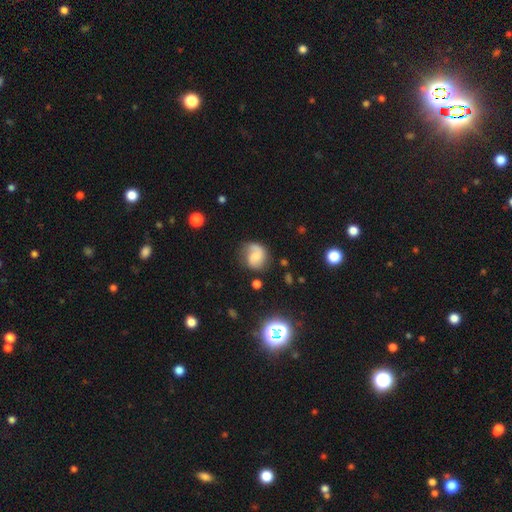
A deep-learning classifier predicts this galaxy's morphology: smooth-or-featured: featured or disk: 60% | smooth: 31% | star or artifact: 9%
  disk-edge-on: no: 98% | yes: 2%
    bar: no: 59% | weak: 34% | strong: 6%
    has-spiral-arms: yes: 90% | no: 10%
      spiral-winding: medium: 42% | loose: 35% | tight: 24%
      spiral-arm-count: 2: 60% | 1: 30% | can't tell: 7% | 3: 1% | 4: 1% | more than 4: 1%
    bulge-size: small: 37% | moderate: 36% | none: 18% | large: 7% | dominant: 2%
  merging: none: 62% | minor disturbance: 23% | major disturbance: 12% | merger: 3%